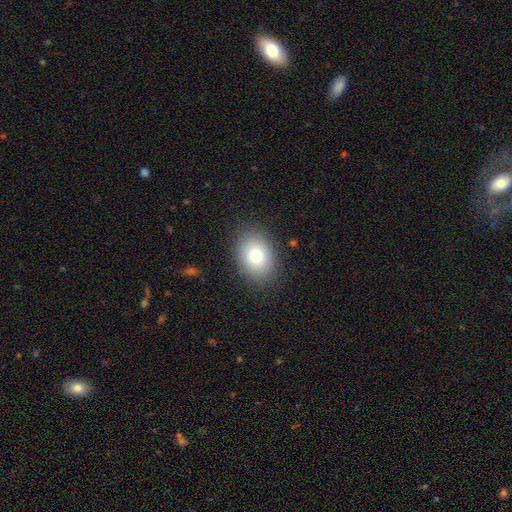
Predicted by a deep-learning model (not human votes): The model was most divided on "how rounded": in between: 67%, round: 32%, cigar-shaped: 1%. More confident: merging — none (87%); smooth or featured — smooth (81%).